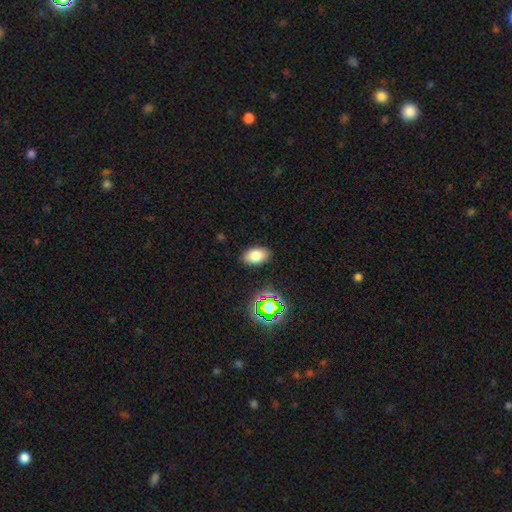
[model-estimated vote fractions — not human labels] smooth_or_featured: smooth (p=0.78) [alt: star or artifact p=0.14]
how_rounded: in between (p=0.91) [alt: round p=0.07]
merging: none (p=0.88) [alt: minor disturbance p=0.09]